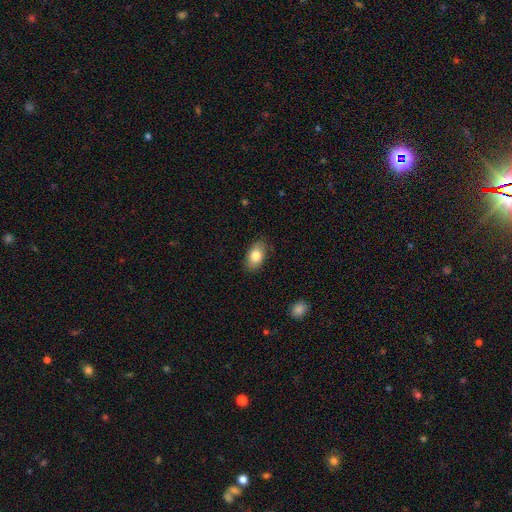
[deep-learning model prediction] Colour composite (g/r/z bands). It shows a smooth galaxy with no disk features (81%) that is in between round and cigar-shaped (89%). Merging: none (85%).